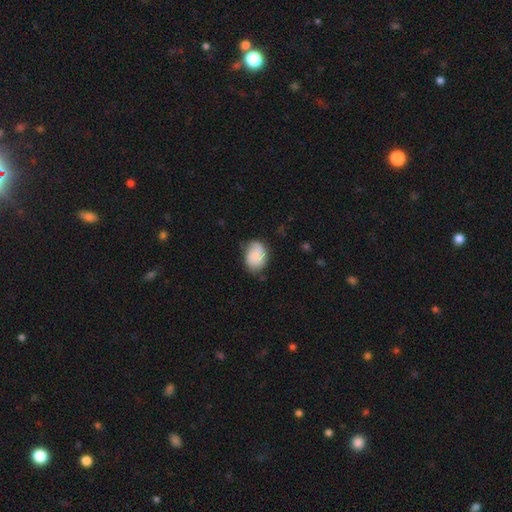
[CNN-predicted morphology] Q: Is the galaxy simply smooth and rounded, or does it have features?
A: smooth — 72%.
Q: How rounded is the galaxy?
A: in between — 70%.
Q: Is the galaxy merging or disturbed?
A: none — 64%.